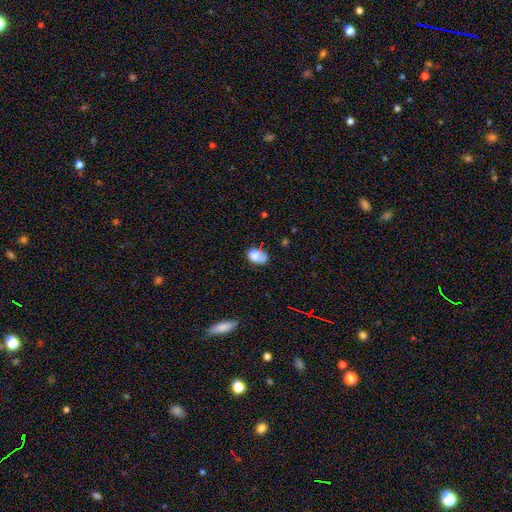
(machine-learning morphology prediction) Q: Smooth or featured?
A: smooth (79%); runner-up: featured or disk (12%)
Q: How rounded?
A: in between (76%); runner-up: round (22%)
Q: Merging?
A: none (46%); runner-up: minor disturbance (33%)